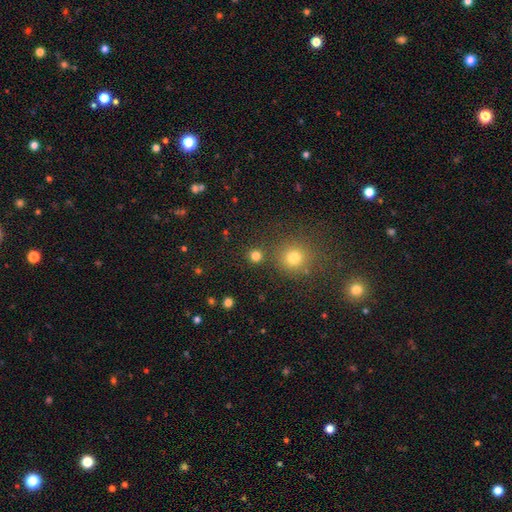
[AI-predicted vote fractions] Overall: smooth (79%). How rounded: round (93%). Merging: none (84%).